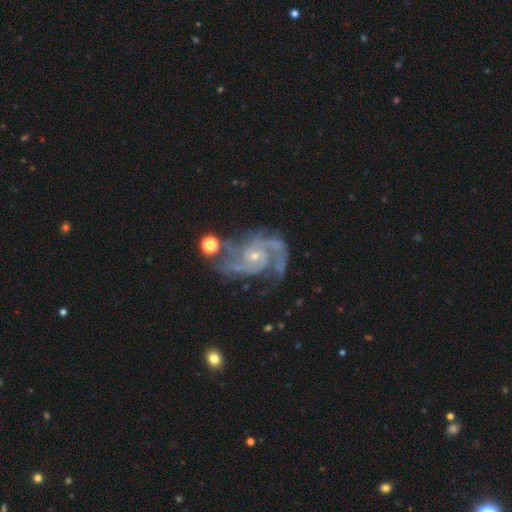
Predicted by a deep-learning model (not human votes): featured or disk 92%, star or artifact 5%, smooth 3%. Down the decision tree: edge-on disk — no (98%); bar — no (64%); spiral arms — yes (98%); spiral arm count — 2 (56%); spiral winding — medium (54%); bulge size — small (75%); merging — none (59%).